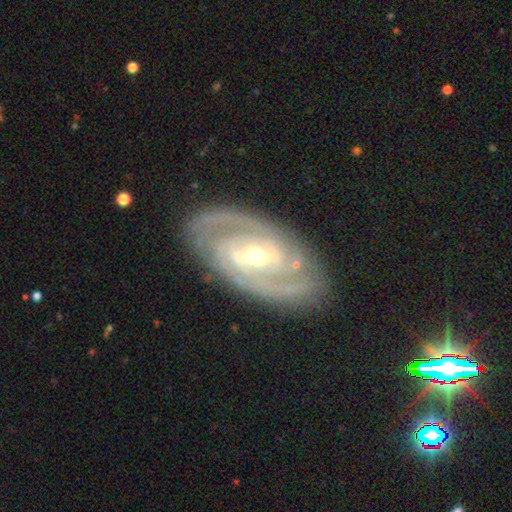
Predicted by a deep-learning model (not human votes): smooth-or-featured: featured or disk: 89% | smooth: 6% | star or artifact: 4%
  disk-edge-on: no: 94% | yes: 6%
    bar: weak: 43% | strong: 31% | no: 26%
    has-spiral-arms: yes: 96% | no: 4%
      spiral-winding: tight: 60% | medium: 33% | loose: 7%
      spiral-arm-count: 2: 61% | 3: 16% | can't tell: 13% | 4: 4% | 1: 3% | more than 4: 3%
    bulge-size: moderate: 54% | small: 42% | large: 2% | none: 1% | dominant: 1%
  merging: none: 82% | minor disturbance: 13% | major disturbance: 4% | merger: 1%